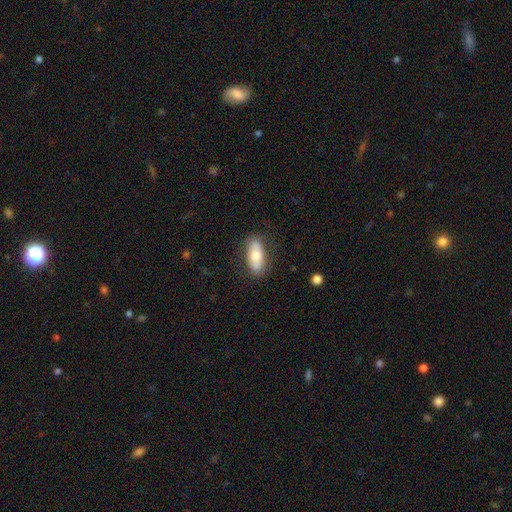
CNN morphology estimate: smooth 69%, featured or disk 25%, star or artifact 6%. Down the decision tree: how rounded — in between (81%); merging — none (83%).